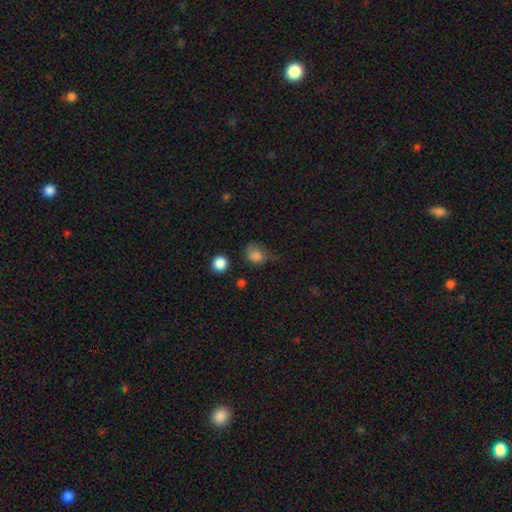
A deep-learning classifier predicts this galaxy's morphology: smooth_or_featured: smooth (p=0.80) [alt: star or artifact p=0.13]
how_rounded: round (p=0.66) [alt: in between p=0.33]
merging: none (p=0.39) [alt: minor disturbance p=0.36]